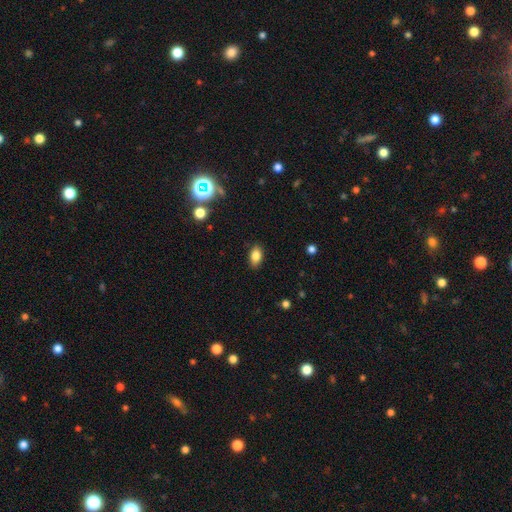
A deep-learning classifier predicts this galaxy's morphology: This is clearly a smooth galaxy (84%). How rounded: clearly in between (88%). Merging: clearly none (87%).